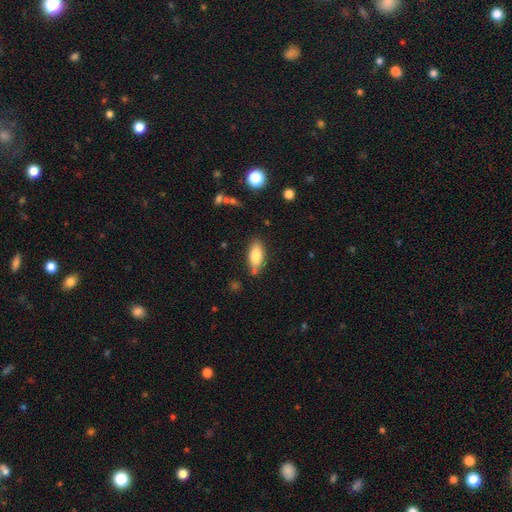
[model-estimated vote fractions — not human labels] The model was most divided on "merging": none: 75%, minor disturbance: 17%, merger: 4%, major disturbance: 3%. More confident: how rounded — in between (84%); smooth or featured — smooth (81%).